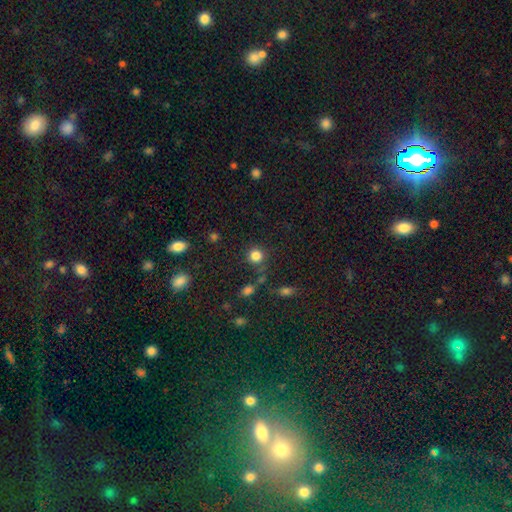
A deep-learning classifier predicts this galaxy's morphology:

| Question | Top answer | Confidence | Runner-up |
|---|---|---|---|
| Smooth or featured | smooth | 82% | star or artifact (13%) |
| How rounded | round | 91% | in between (8%) |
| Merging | none | 80% | minor disturbance (9%) |